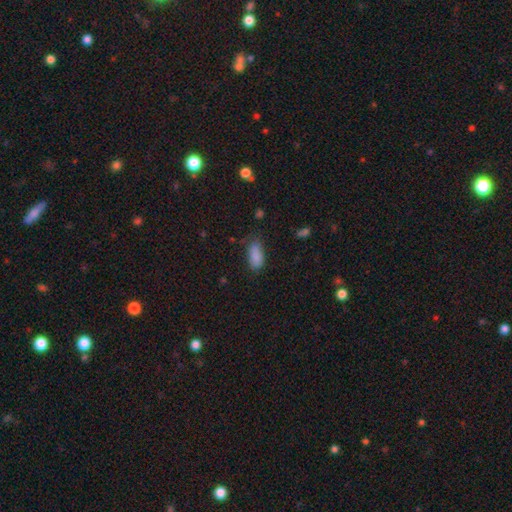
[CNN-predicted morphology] This is clearly a smooth galaxy (87%). How rounded: clearly in between (87%). Merging: likely none (67%).